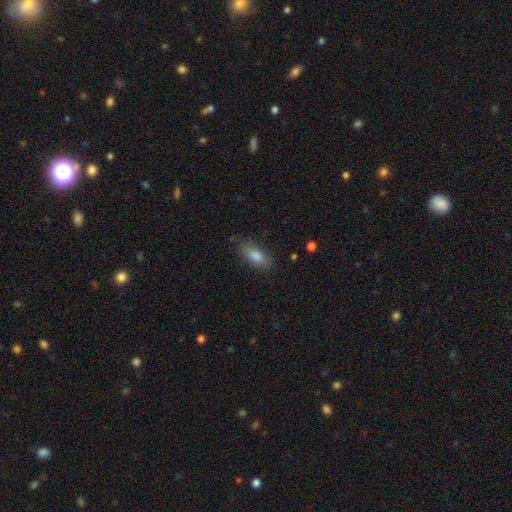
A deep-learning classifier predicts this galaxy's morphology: type=smooth (83%); roundness=in between (84%); merging=none (79%).